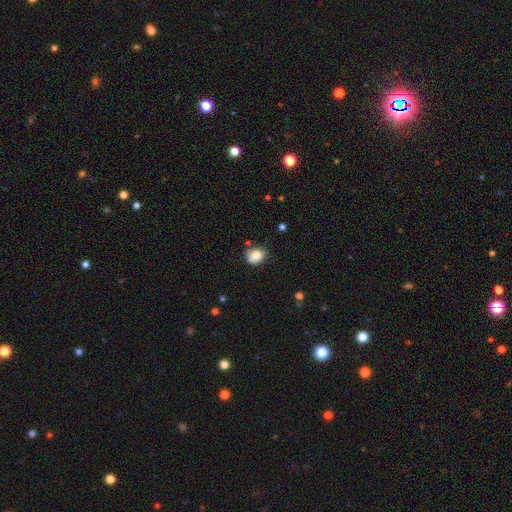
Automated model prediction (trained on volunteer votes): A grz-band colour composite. It shows a smooth galaxy with no disk features (83%) that is in between round and cigar-shaped (64%). Merging: none (59%).